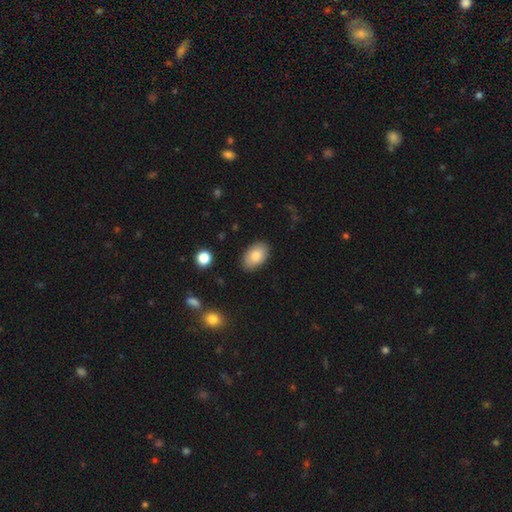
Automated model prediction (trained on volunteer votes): Smooth or featured? Predicted: smooth (p=0.84). How rounded? Predicted: in between (p=0.92). Merging? Predicted: none (p=0.85).